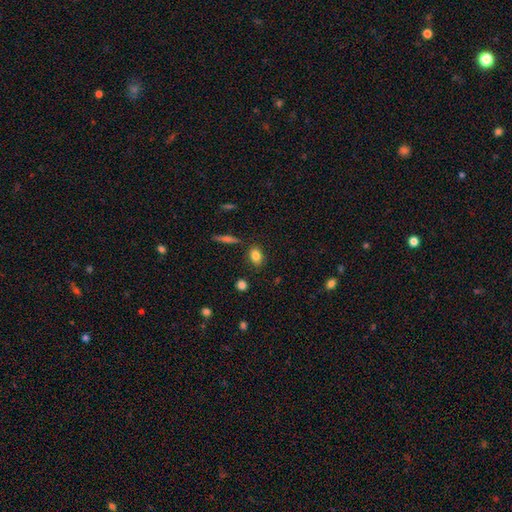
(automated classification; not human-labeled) smooth 84%, star or artifact 9%, featured or disk 7%. Down the decision tree: how rounded — in between (70%); merging — none (83%).